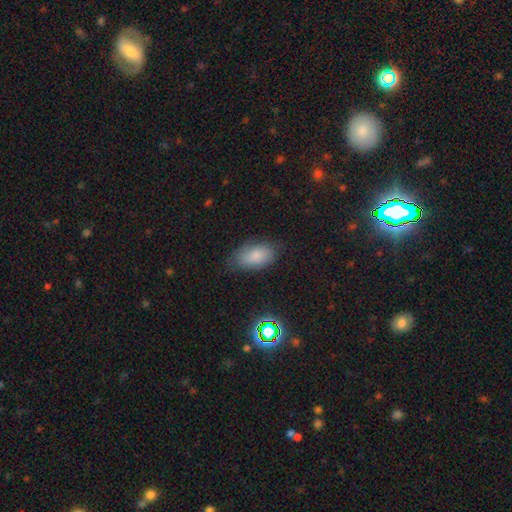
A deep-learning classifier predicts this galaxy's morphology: A smooth galaxy with no disk features (77%) that is in between round and cigar-shaped (93%).

Vote fractions:
- Smooth or featured? smooth: 77% / featured or disk: 12% / star or artifact: 10%
- How rounded? in between: 93% / round: 5% / cigar-shaped: 3%
- Merging? none: 69% / minor disturbance: 23% / major disturbance: 6% / merger: 2%